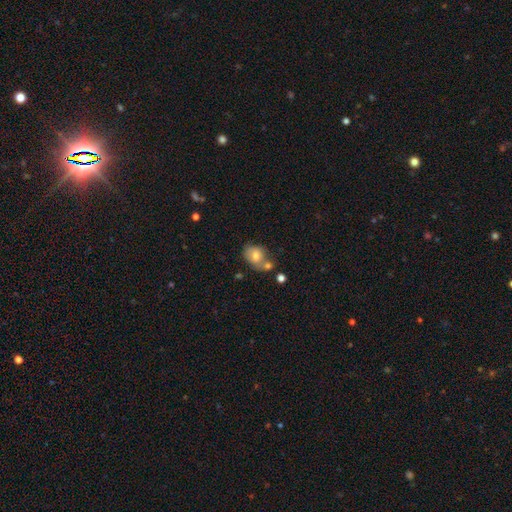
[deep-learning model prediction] Overall: smooth (74%). How rounded: in between (56%; round 43%). Merging: none (39%; merger 35%).